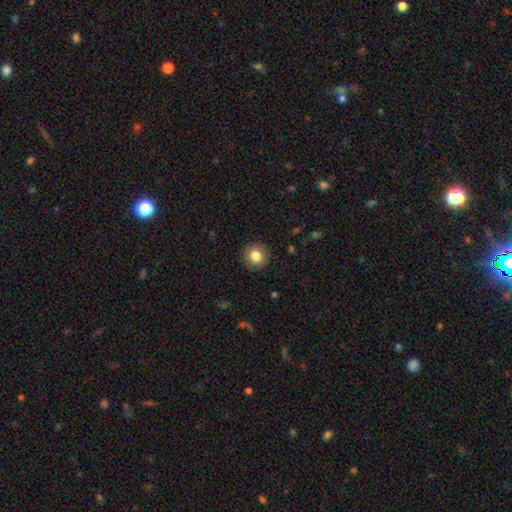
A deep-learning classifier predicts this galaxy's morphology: Smooth or featured? Predicted: smooth (p=0.83). How rounded? Predicted: round (p=0.88). Merging? Predicted: none (p=0.91).